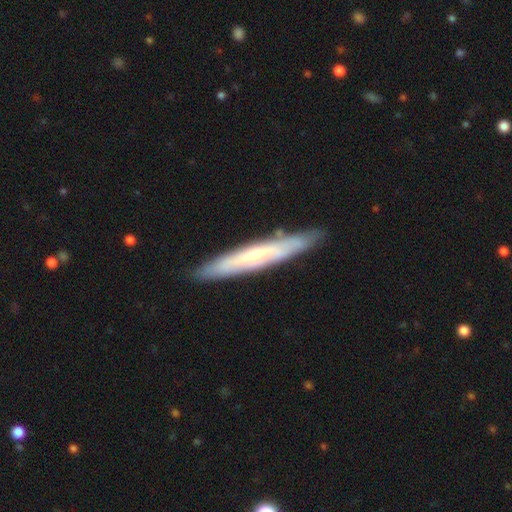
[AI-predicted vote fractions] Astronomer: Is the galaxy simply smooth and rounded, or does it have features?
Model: featured or disk — 58% (runner-up: smooth, 36%).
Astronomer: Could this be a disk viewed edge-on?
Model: yes — 77%.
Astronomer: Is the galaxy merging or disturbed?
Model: none — 84%.